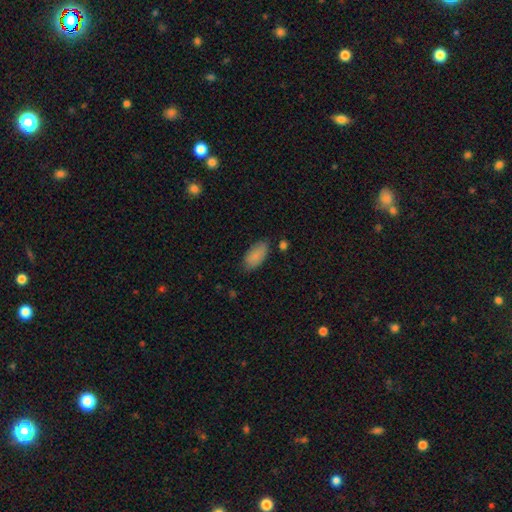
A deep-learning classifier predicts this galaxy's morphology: Smooth or featured? smooth (86%)
How rounded? in between (93%)
Merging? none (78%)